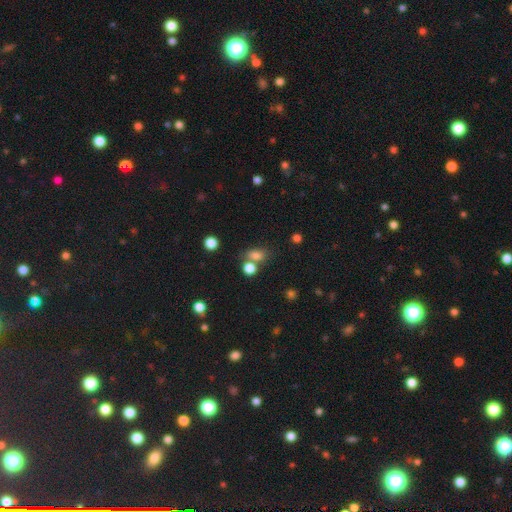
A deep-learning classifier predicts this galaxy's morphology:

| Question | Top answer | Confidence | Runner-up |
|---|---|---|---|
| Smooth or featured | smooth | 77% | star or artifact (15%) |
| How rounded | in between | 72% | round (25%) |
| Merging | none | 54% | merger (28%) |